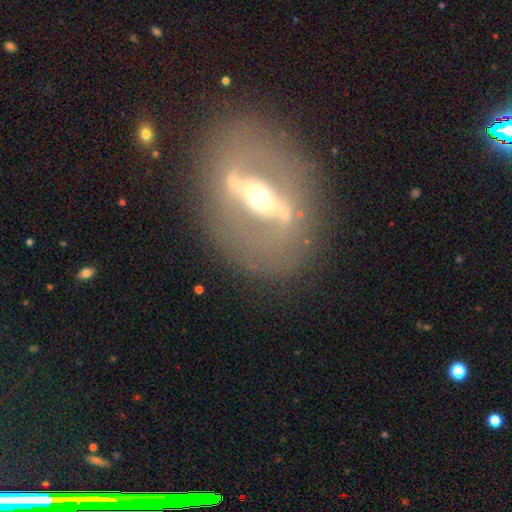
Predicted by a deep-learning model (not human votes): The model was most divided on "edge-on disk": no: 60%, yes: 40%. More confident: smooth or featured — featured or disk (81%); merging — none (81%).